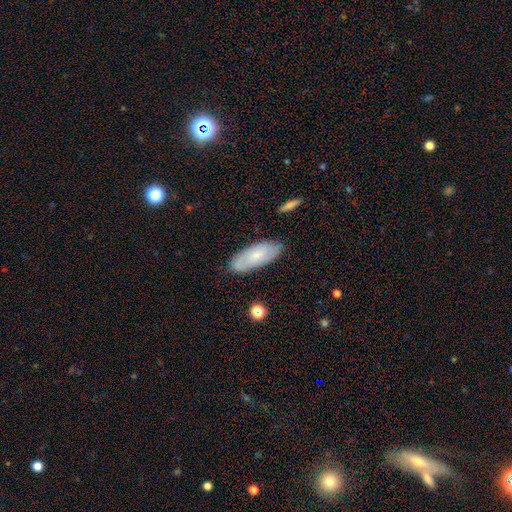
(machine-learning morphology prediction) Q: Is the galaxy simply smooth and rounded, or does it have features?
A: smooth — 65%.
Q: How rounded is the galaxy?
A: in between — 79%.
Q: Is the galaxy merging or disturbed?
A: none — 82%.